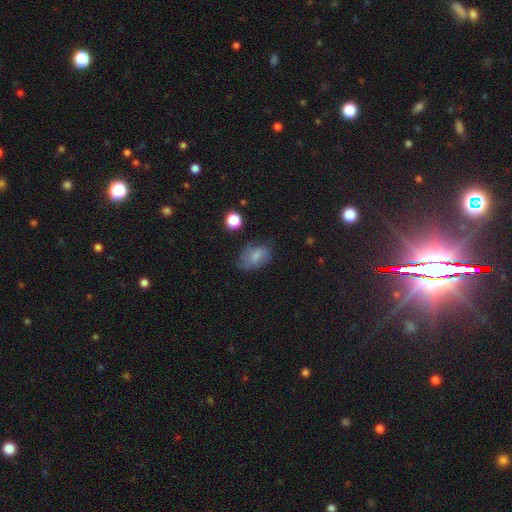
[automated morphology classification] This is likely a smooth galaxy (71%). How rounded: clearly in between (82%). Merging: possibly none (55%).